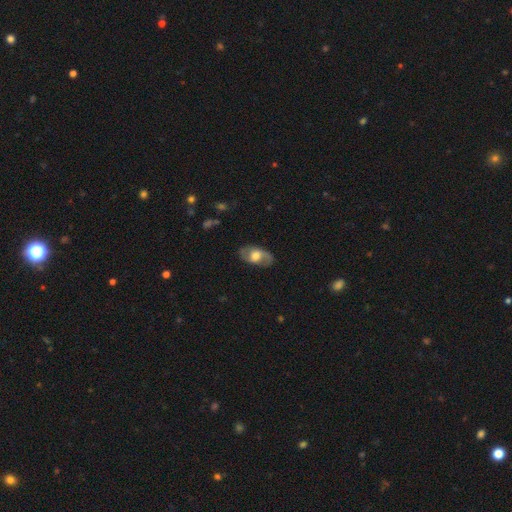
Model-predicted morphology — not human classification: A featured or disk galaxy (55%). Merging: none (79%).